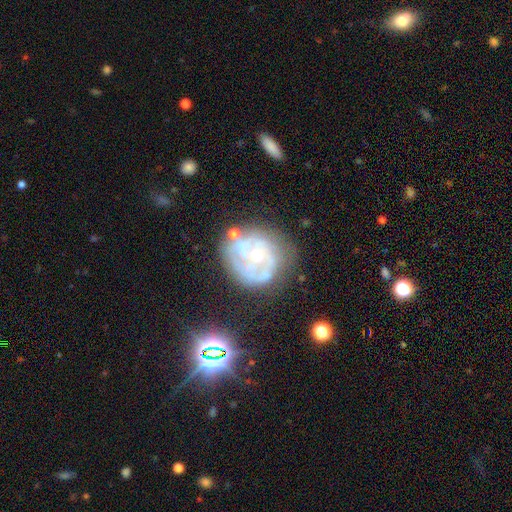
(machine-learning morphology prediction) Smooth or featured? Predicted: featured or disk (p=0.76). Edge-on disk? Predicted: no (p=0.97). Bar? Predicted: no (p=0.78). Spiral arms? Predicted: yes (p=0.73). Spiral winding? Predicted: tight (p=0.60). Spiral arm count? Predicted: can't tell (p=0.40). Bulge size? Predicted: moderate (p=0.53). Merging? Predicted: none (p=0.57).